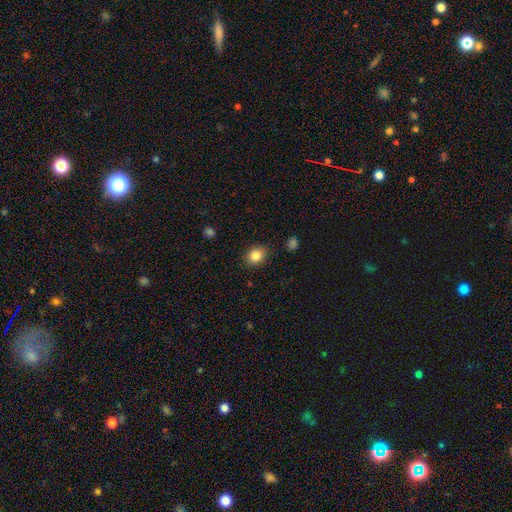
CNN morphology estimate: This appears to be a smooth galaxy with no disk features (85%) that is round (73%). Merging: none (88%).